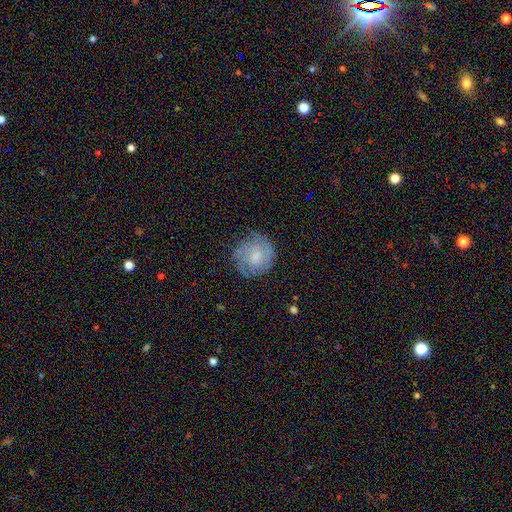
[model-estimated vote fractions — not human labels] The model was most divided on "bulge size": small: 44%, moderate: 40%, none: 10%, large: 4%, dominant: 1%. More confident: edge-on disk — no (97%); spiral arms — yes (83%); merging — none (73%); bar — no (61%); smooth or featured — featured or disk (58%).